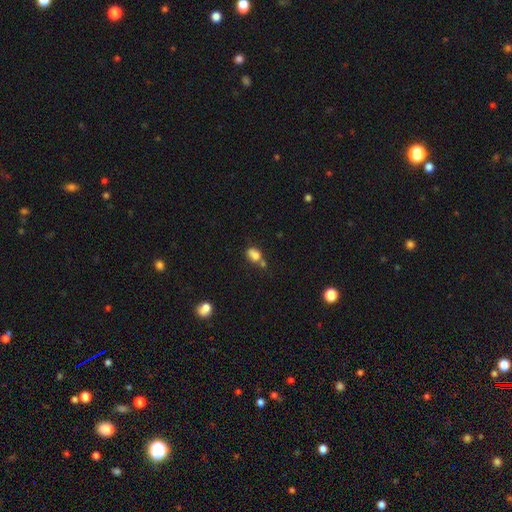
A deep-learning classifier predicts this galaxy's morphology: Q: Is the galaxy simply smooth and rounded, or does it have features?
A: smooth — 77%.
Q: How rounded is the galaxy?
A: in between — 68%.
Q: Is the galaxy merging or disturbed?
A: none — 40%.